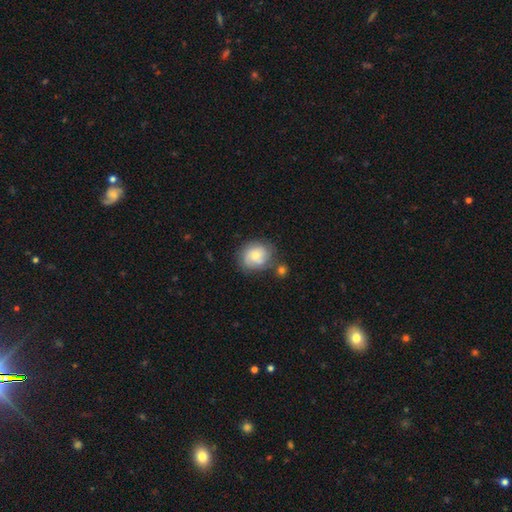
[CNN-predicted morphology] Smooth or featured? smooth (51%)
How rounded? round (71%)
Merging? none (64%)